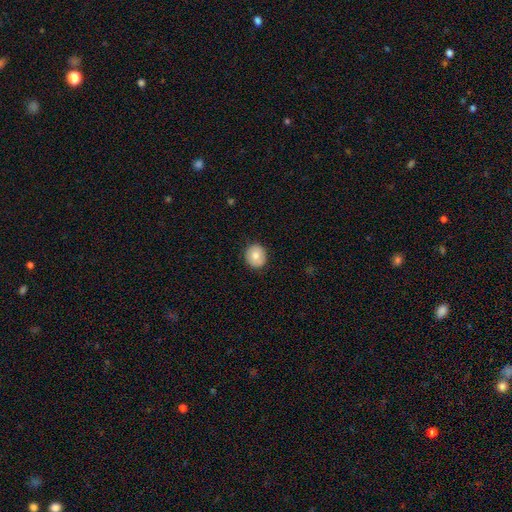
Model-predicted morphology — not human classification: Smooth or featured? smooth (78%)
How rounded? round (84%)
Merging? none (87%)